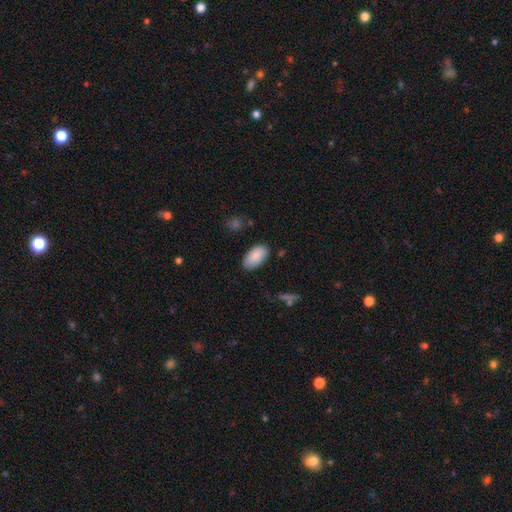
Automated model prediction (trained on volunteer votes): smooth-or-featured: smooth: 88% | star or artifact: 6% | featured or disk: 6%
  how-rounded: in between: 95% | round: 3% | cigar-shaped: 2%
  merging: none: 82% | minor disturbance: 13% | major disturbance: 3% | merger: 2%